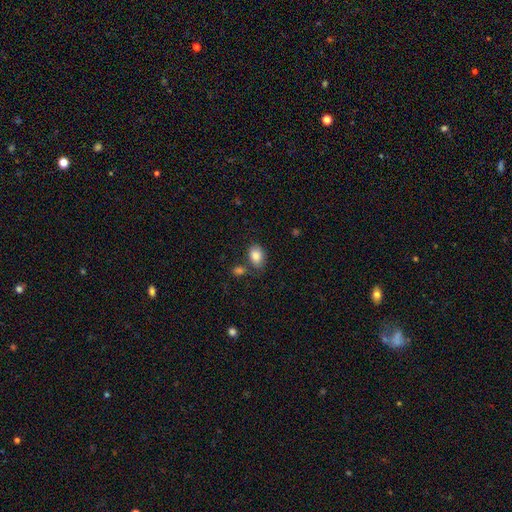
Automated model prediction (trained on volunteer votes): Smooth or featured: smooth — 84% (featured or disk — 8%)
How rounded: in between — 82% (round — 16%)
Merging: none — 68% (minor disturbance — 16%)